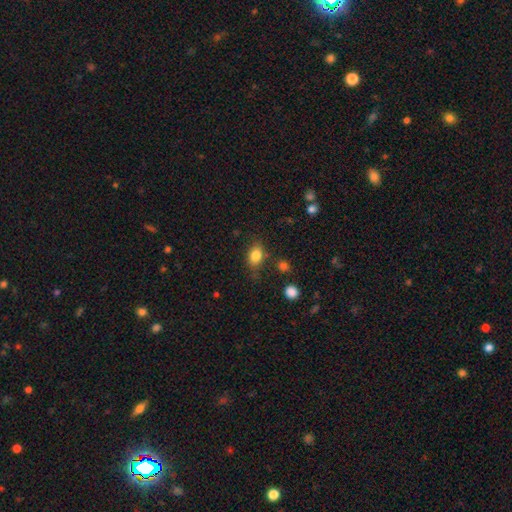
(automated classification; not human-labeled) This is clearly a smooth galaxy (82%). How rounded: likely in between (72%). Merging: likely none (73%).